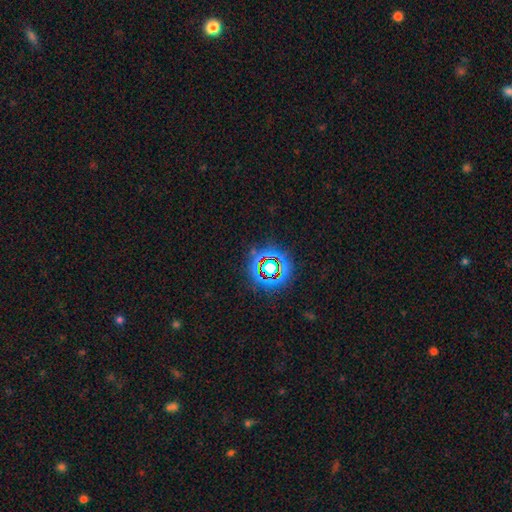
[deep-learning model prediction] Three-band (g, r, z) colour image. It shows a star or artifact, not a galaxy (45%).